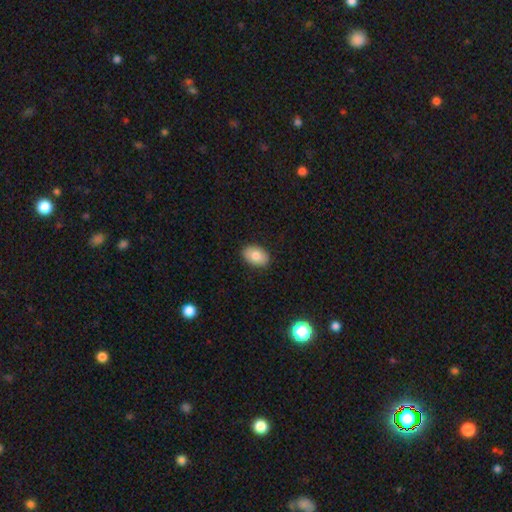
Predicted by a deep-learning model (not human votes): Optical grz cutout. It shows a smooth galaxy with no disk features (82%) that is in between round and cigar-shaped (87%). Merging: none (89%).